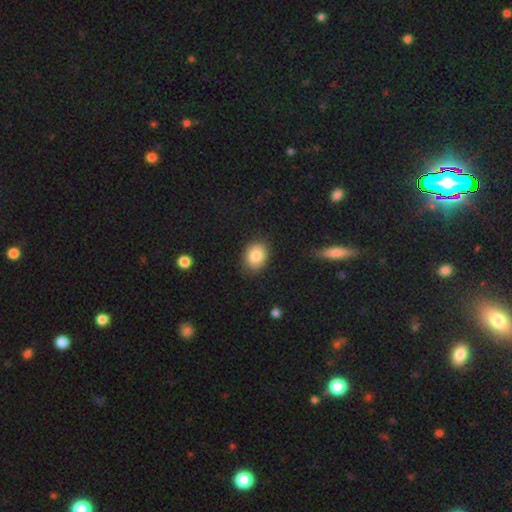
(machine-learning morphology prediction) smooth 84%, featured or disk 8%, star or artifact 8%. Down the decision tree: how rounded — in between (53%); merging — none (83%).